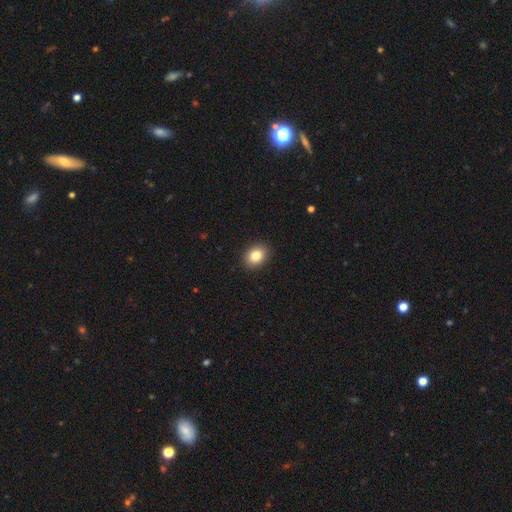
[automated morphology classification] This appears to be a smooth galaxy with no disk features (84%) that is in between round and cigar-shaped (58%). Merging: none (90%).